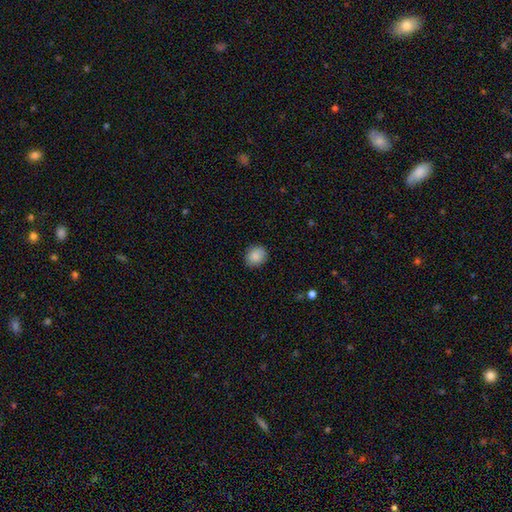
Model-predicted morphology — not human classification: A smooth galaxy with no disk features (89%) that is round (67%).

Vote fractions:
- Smooth or featured? smooth: 89% / star or artifact: 8% / featured or disk: 3%
- How rounded? round: 67% / in between: 33% / cigar-shaped: 1%
- Merging? none: 87% / minor disturbance: 9% / major disturbance: 2% / merger: 1%